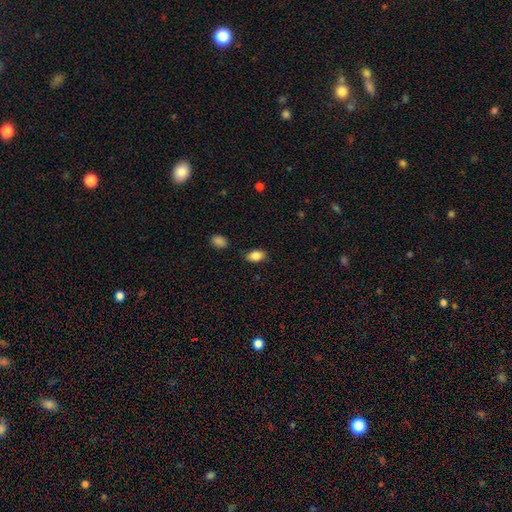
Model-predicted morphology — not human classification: smooth-or-featured: smooth: 86% | star or artifact: 8% | featured or disk: 6%
  how-rounded: in between: 88% | round: 10% | cigar-shaped: 2%
  merging: none: 76% | minor disturbance: 18% | major disturbance: 4% | merger: 2%